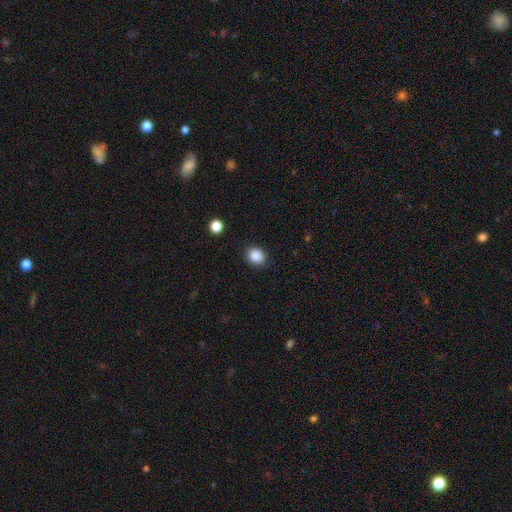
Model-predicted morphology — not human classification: A smooth galaxy with no disk features (87%) that is round (55%).

Vote fractions:
- Smooth or featured? smooth: 87% / star or artifact: 9% / featured or disk: 3%
- How rounded? round: 55% / in between: 44% / cigar-shaped: 1%
- Merging? none: 87% / minor disturbance: 9% / major disturbance: 3% / merger: 1%